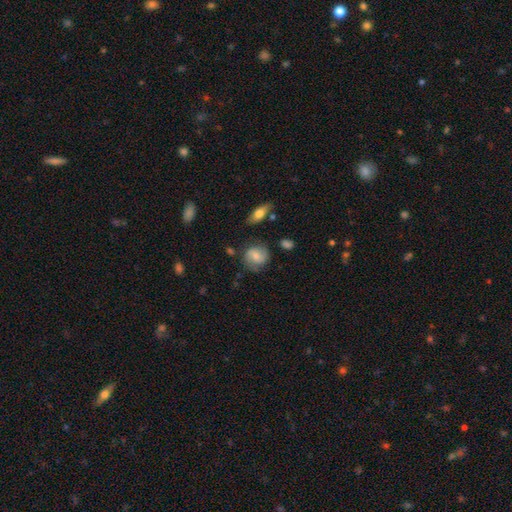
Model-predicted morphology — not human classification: Smooth or featured? Predicted: smooth (p=0.53). How rounded? Predicted: round (p=0.72). Merging? Predicted: none (p=0.71).